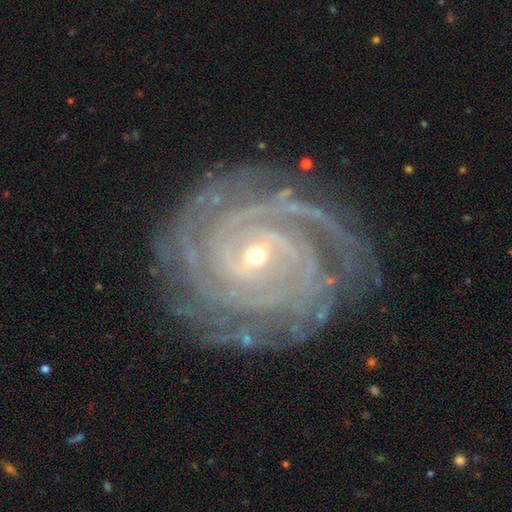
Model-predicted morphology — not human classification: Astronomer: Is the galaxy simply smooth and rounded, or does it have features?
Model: featured or disk — 92%.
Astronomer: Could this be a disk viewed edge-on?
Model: no — 97%.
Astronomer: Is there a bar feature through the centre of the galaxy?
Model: no — 43% (runner-up: weak, 36%).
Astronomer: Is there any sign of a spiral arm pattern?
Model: yes — 99%.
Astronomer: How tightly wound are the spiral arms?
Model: tight — 86%.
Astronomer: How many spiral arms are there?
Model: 4 — 23% (runner-up: 3, 18%).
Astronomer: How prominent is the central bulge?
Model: small — 70%.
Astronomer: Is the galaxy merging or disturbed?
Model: none — 82%.